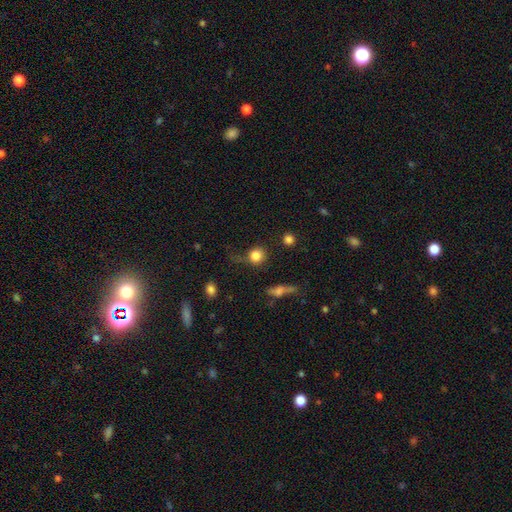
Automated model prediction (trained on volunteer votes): Overall: smooth (82%). How rounded: round (86%). Merging: none (62%).